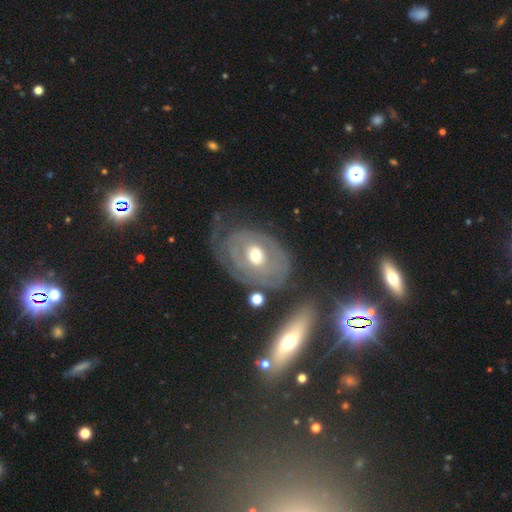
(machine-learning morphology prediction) Overall: featured or disk (72%). Edge-on disk: no (95%). Bar: no (76%). Spiral arms: yes (56%; no 44%). Bulge size: moderate (69%). Merging: none (51%; major disturbance 22%).